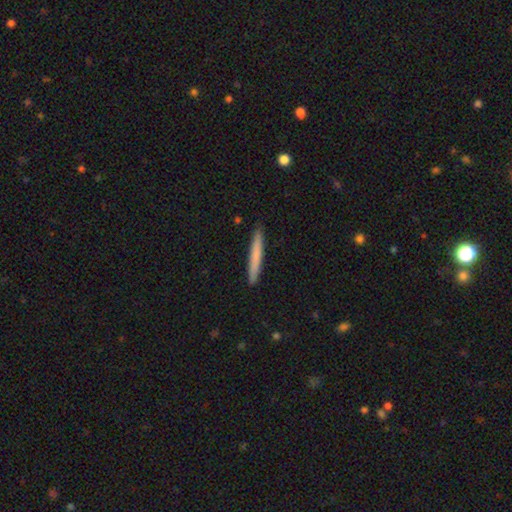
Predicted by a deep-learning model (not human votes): Smooth or featured: smooth — 73% (featured or disk — 22%)
How rounded: cigar-shaped — 97% (in between — 2%)
Merging: none — 91% (minor disturbance — 7%)